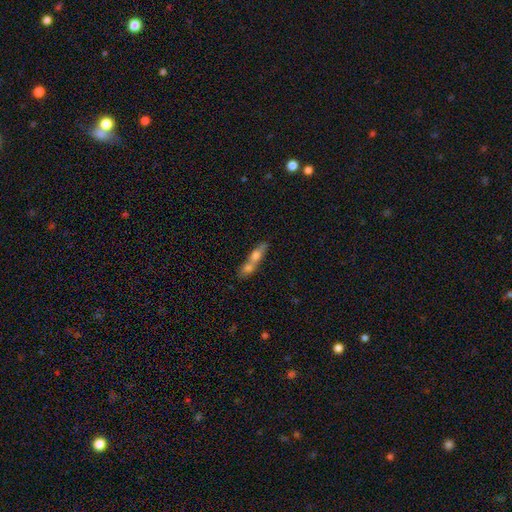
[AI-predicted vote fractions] Smooth or featured?
  - smooth: 59% *
  - featured or disk: 33%
  - star or artifact: 8%
How rounded?
  - cigar-shaped: 54% *
  - in between: 38%
  - round: 8%
Merging?
  - merger: 63% *
  - none: 24%
  - minor disturbance: 8%
  - major disturbance: 5%